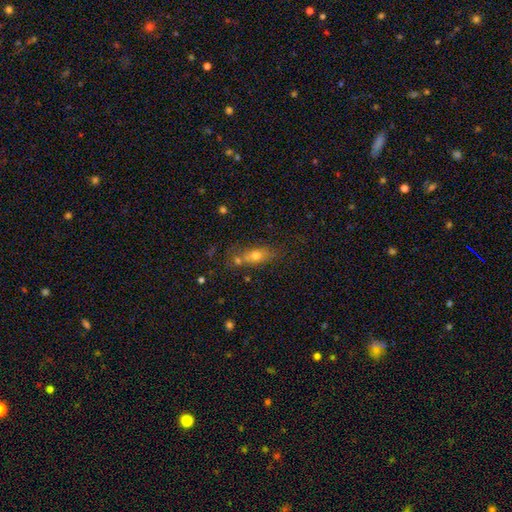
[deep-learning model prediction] smooth-or-featured: smooth: 65% | featured or disk: 22% | star or artifact: 13%
  how-rounded: in between: 62% | round: 21% | cigar-shaped: 17%
  merging: none: 51% | merger: 26% | minor disturbance: 16% | major disturbance: 7%